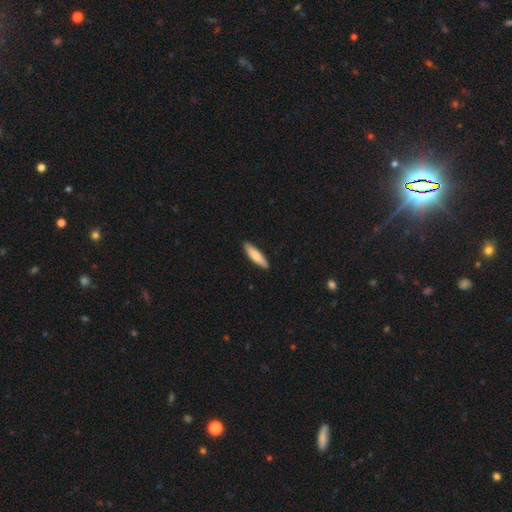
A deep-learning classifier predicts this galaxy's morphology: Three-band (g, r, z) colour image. It shows a smooth galaxy with no disk features (81%) that is cigar-shaped (72%). Merging: none (89%).